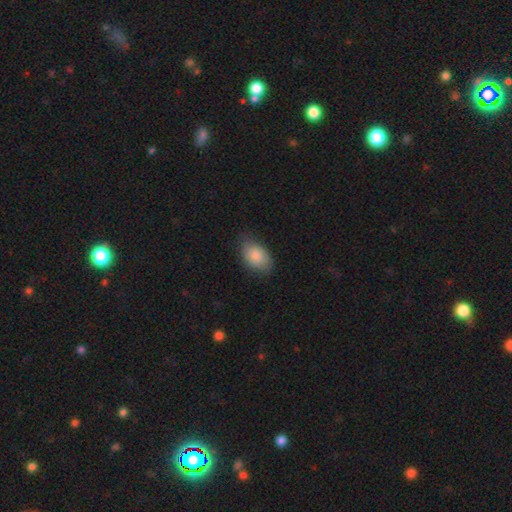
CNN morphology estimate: This appears to be a smooth galaxy with no disk features (85%) that is in between round and cigar-shaped (89%). Merging: none (72%).